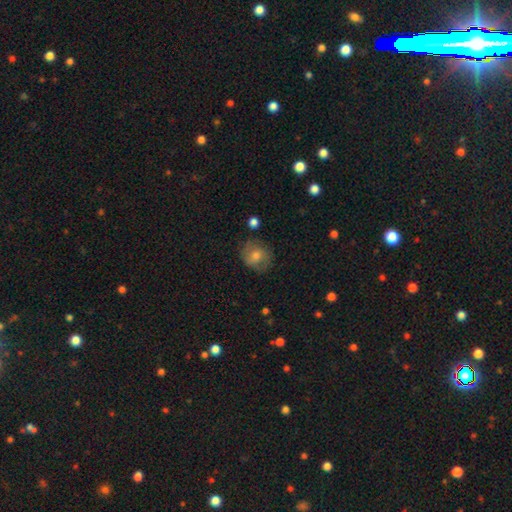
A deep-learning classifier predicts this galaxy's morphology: Smooth or featured? smooth (59%)
How rounded? round (79%)
Merging? none (79%)